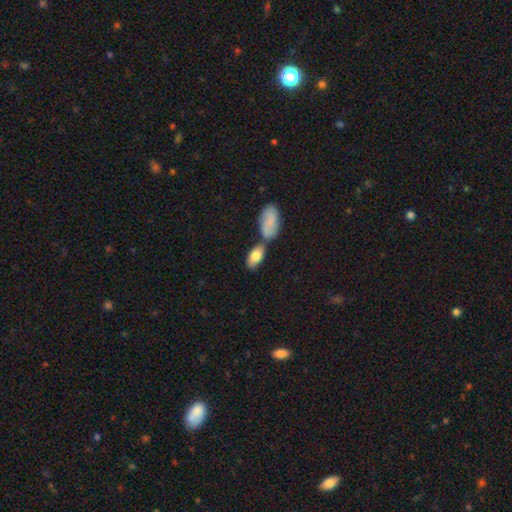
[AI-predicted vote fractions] Smooth or featured? Predicted: smooth (p=0.77). How rounded? Predicted: in between (p=0.90). Merging? Predicted: none (p=0.48).